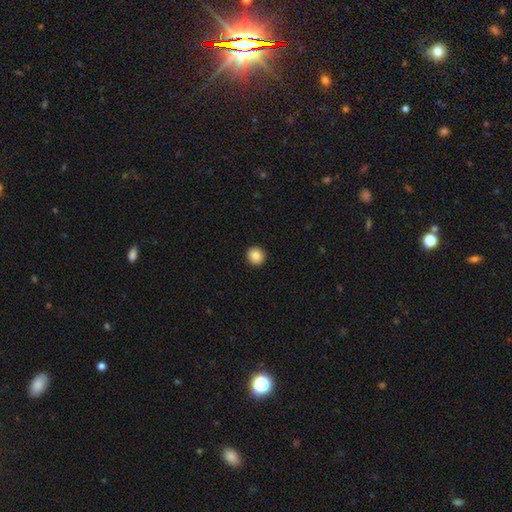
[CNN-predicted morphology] smooth 86%, star or artifact 9%, featured or disk 5%. Down the decision tree: how rounded — round (89%); merging — none (93%).